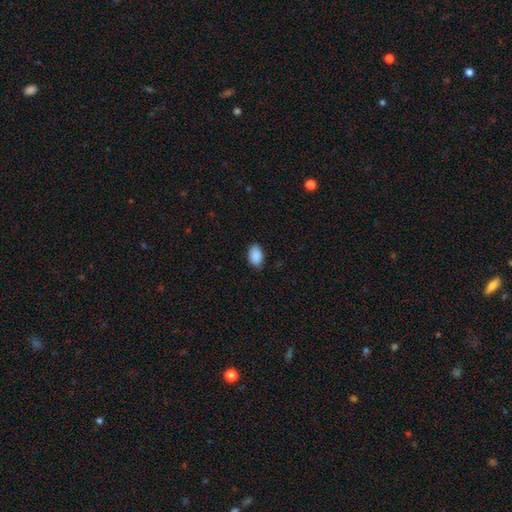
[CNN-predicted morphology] This is clearly a smooth galaxy (90%). How rounded: clearly in between (89%). Merging: clearly none (84%).